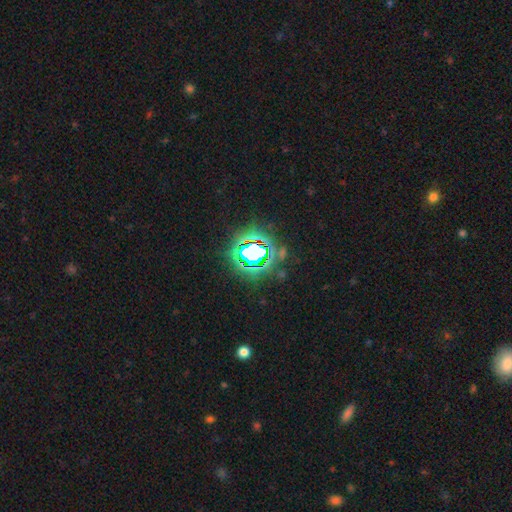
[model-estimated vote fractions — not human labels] Smooth or featured? star or artifact (80%)